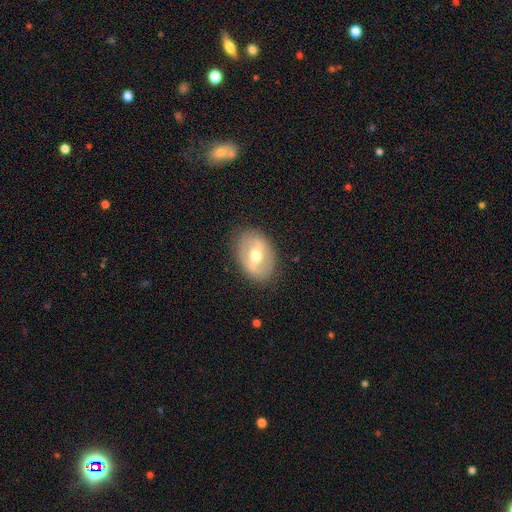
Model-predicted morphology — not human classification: This appears to be a featured or disk galaxy (57%) with a weak bar (42%), no spiral arms (67%) and a moderate central bulge (75%). Merging: none (83%).